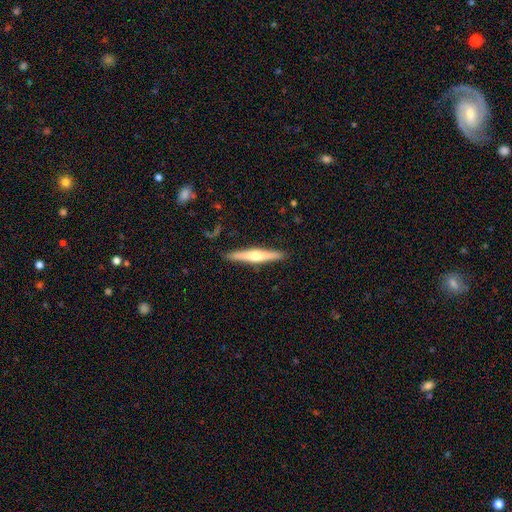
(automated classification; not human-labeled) Q: Smooth or featured?
A: featured or disk (58%); runner-up: smooth (36%)
Q: Edge-on disk?
A: yes (97%); runner-up: no (3%)
Q: Edge-on bulge?
A: rounded (85%); runner-up: none (9%)
Q: Merging?
A: none (89%); runner-up: minor disturbance (8%)